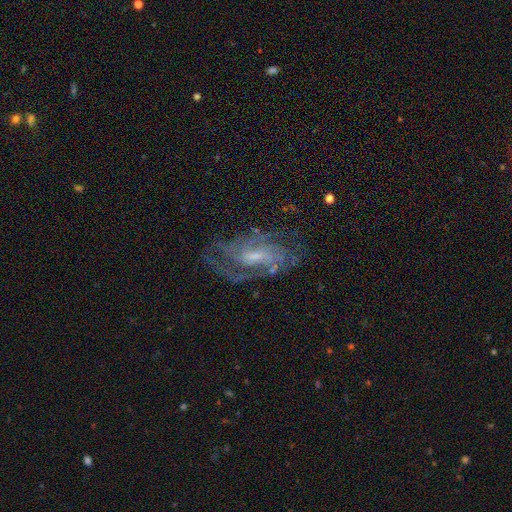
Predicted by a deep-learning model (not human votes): smooth-or-featured: featured or disk: 84% | smooth: 9% | star or artifact: 7%
  disk-edge-on: no: 95% | yes: 5%
    bar: weak: 47% | no: 41% | strong: 13%
    has-spiral-arms: yes: 92% | no: 8%
      spiral-winding: tight: 47% | medium: 42% | loose: 12%
      spiral-arm-count: can't tell: 34% | 2: 27% | 3: 19% | 4: 10% | 1: 5% | more than 4: 5%
    bulge-size: small: 51% | moderate: 35% | none: 10% | large: 3% | dominant: 1%
  merging: none: 67% | minor disturbance: 18% | major disturbance: 12% | merger: 2%